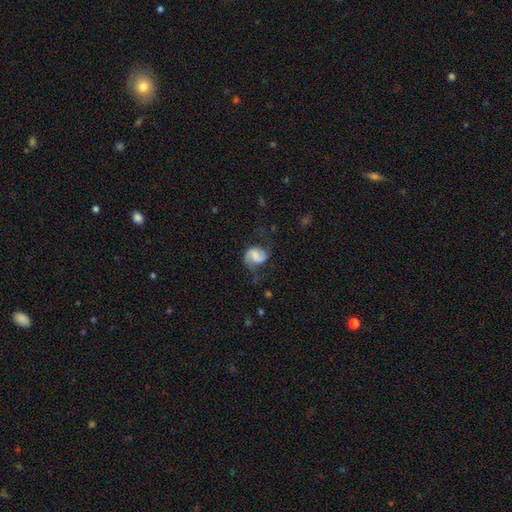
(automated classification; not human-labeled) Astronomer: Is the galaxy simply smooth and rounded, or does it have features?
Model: featured or disk — 75%.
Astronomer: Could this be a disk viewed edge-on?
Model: no — 98%.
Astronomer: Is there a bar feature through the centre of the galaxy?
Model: weak — 48% (runner-up: no, 28%).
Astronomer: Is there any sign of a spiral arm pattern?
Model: yes — 94%.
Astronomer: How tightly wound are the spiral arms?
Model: medium — 46% (runner-up: loose, 38%).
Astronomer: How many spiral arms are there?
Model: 2 — 89%.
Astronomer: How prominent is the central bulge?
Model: small — 33% (runner-up: moderate, 32%).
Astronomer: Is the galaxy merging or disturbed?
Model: none — 63%.